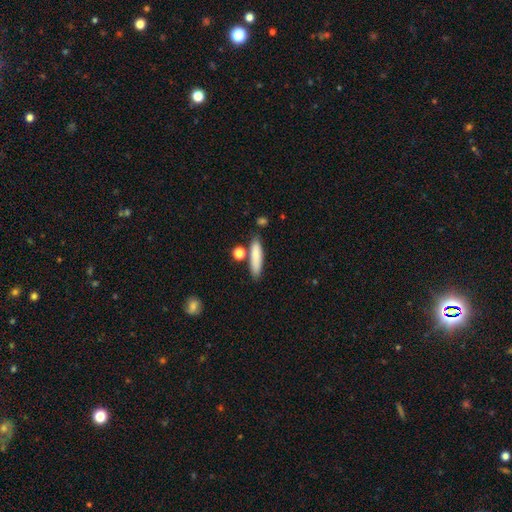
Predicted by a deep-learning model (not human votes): Morphology: type=smooth (82%); roundness=cigar-shaped (69%); merging=none (75%).